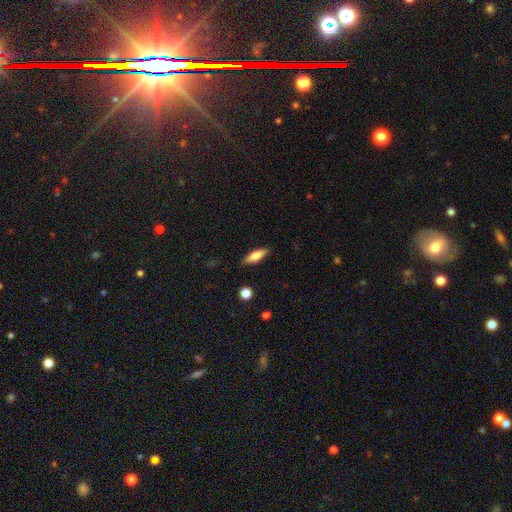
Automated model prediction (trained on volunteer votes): Overall: smooth (66%; featured or disk 27%). How rounded: in between (53%; cigar-shaped 44%). Merging: none (86%).